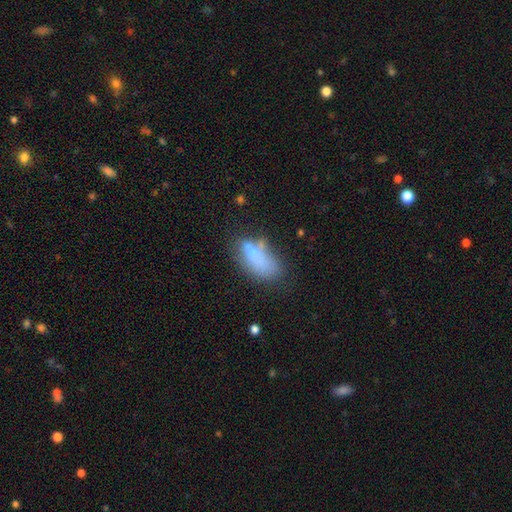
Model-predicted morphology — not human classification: Q: Smooth or featured?
A: smooth (68%); runner-up: featured or disk (21%)
Q: How rounded?
A: in between (85%); runner-up: cigar-shaped (10%)
Q: Merging?
A: none (39%); runner-up: minor disturbance (26%)